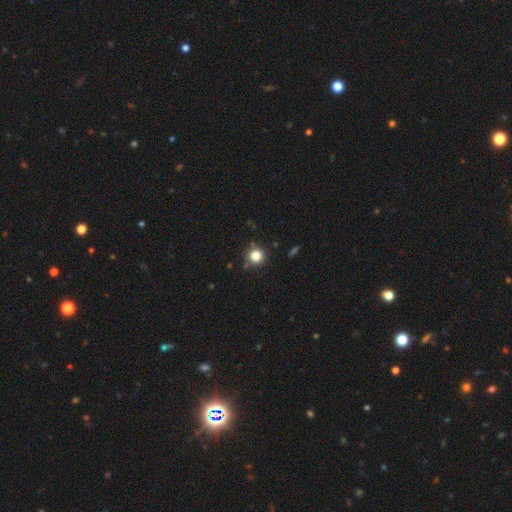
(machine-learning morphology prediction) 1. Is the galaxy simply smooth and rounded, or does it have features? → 82% smooth, 13% star or artifact, 5% featured or disk.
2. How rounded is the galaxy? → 94% round, 5% in between, 1% cigar-shaped.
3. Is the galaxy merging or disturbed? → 85% none, 9% minor disturbance, 4% merger, 2% major disturbance.